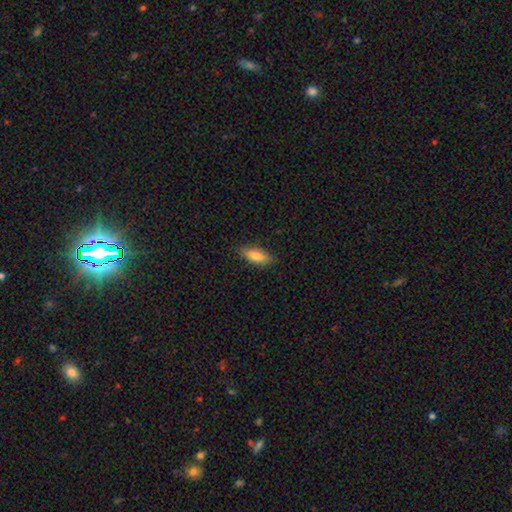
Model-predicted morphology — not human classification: smooth-or-featured: smooth: 78% | featured or disk: 15% | star or artifact: 7%
  how-rounded: in between: 67% | cigar-shaped: 30% | round: 2%
  merging: none: 84% | minor disturbance: 13% | major disturbance: 3% | merger: 1%